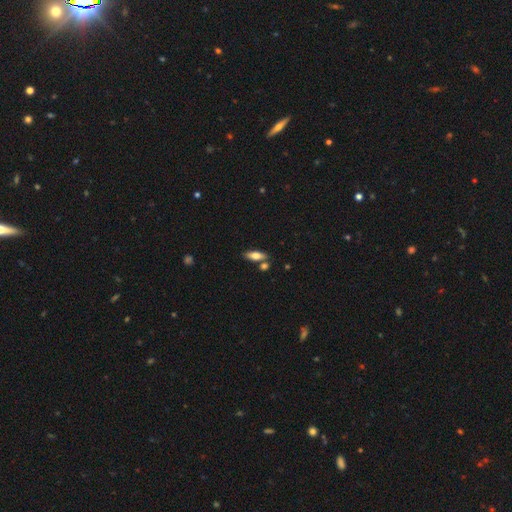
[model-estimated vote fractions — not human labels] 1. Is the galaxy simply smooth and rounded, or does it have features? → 69% smooth, 24% featured or disk, 7% star or artifact.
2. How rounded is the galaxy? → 70% in between, 27% cigar-shaped, 3% round.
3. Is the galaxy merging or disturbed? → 72% none, 13% merger, 12% minor disturbance, 3% major disturbance.